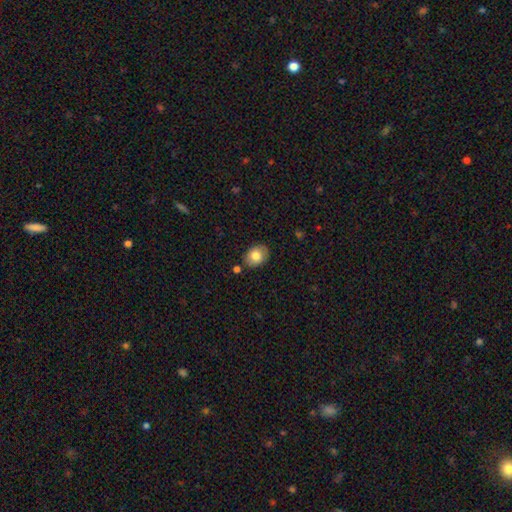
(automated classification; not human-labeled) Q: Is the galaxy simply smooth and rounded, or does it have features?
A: smooth — 80%.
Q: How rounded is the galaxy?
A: in between — 58%.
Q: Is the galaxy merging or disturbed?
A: none — 82%.